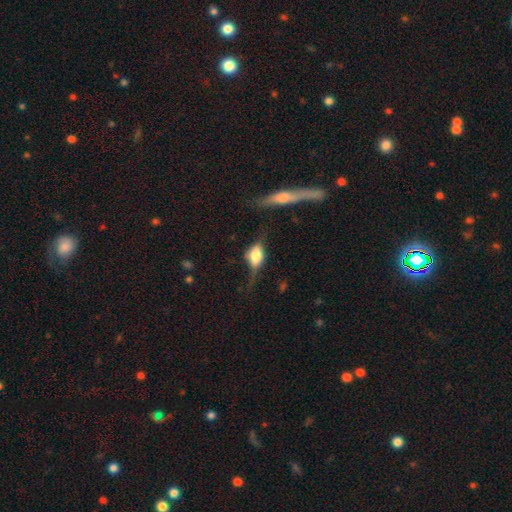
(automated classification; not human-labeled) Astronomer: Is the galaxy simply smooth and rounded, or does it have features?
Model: featured or disk — 48% (runner-up: smooth, 44%).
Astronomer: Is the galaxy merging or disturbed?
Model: none — 46% (runner-up: minor disturbance, 27%).